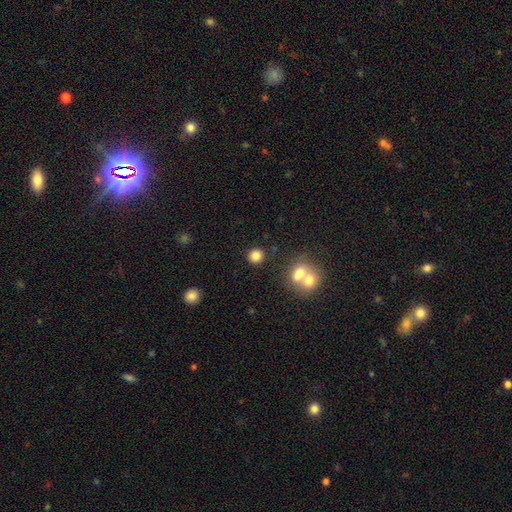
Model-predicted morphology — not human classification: smooth 83%, star or artifact 12%, featured or disk 6%. Down the decision tree: how rounded — round (88%); merging — none (82%).